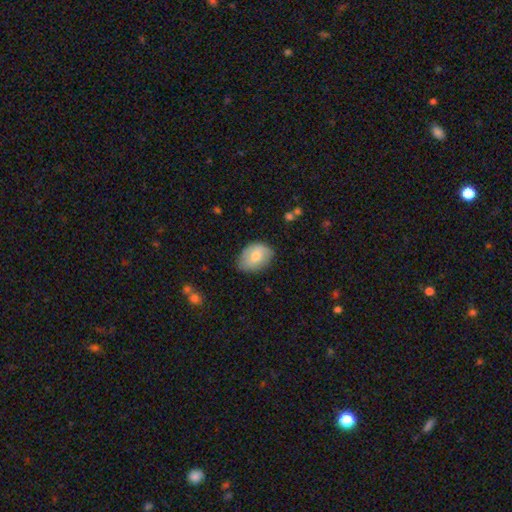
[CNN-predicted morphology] Overall: smooth (68%). How rounded: in between (75%). Merging: none (72%).